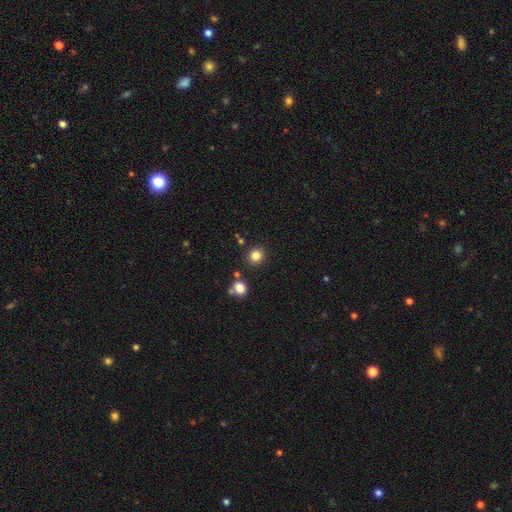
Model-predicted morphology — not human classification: Overall: smooth (83%). How rounded: round (83%). Merging: none (85%).